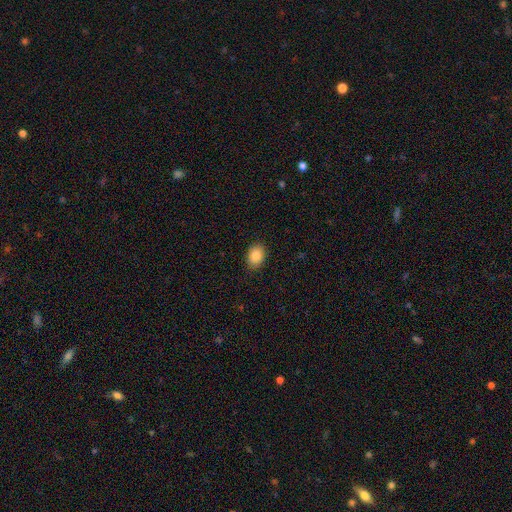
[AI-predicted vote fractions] smooth 87%, star or artifact 8%, featured or disk 5%. Down the decision tree: how rounded — in between (76%); merging — none (87%).